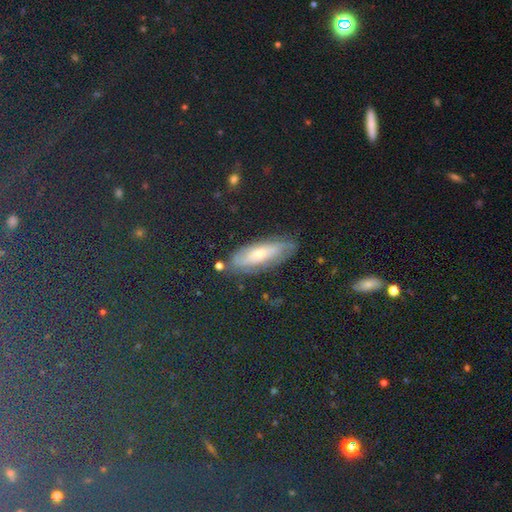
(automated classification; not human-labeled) Smooth or featured? star or artifact (42%)